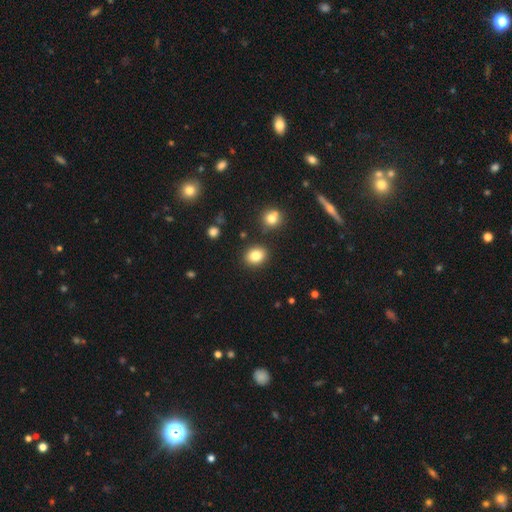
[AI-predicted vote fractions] The model was most divided on "how rounded": round: 60%, in between: 39%, cigar-shaped: 1%. More confident: merging — none (86%); smooth or featured — smooth (83%).